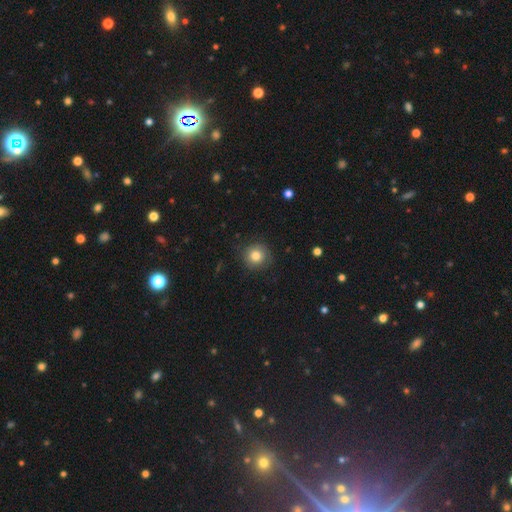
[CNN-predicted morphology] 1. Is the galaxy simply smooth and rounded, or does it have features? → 81% smooth, 10% star or artifact, 9% featured or disk.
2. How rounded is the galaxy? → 92% round, 7% in between, 1% cigar-shaped.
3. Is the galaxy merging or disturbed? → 84% none, 12% minor disturbance, 4% major disturbance, 1% merger.